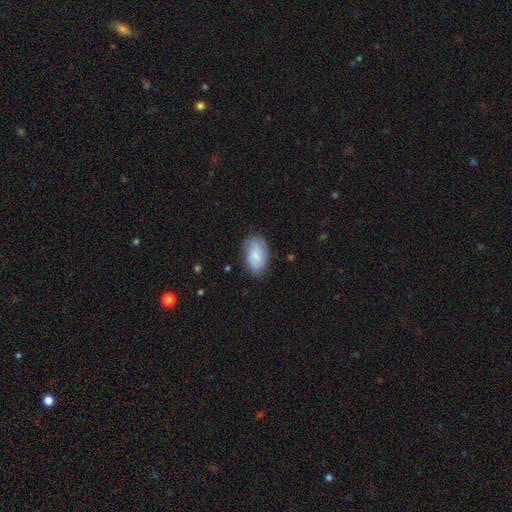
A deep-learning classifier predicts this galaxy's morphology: A smooth galaxy with no disk features (67%) that is in between round and cigar-shaped (91%).

Vote fractions:
- Smooth or featured? smooth: 67% / featured or disk: 27% / star or artifact: 7%
- How rounded? in between: 91% / round: 7% / cigar-shaped: 2%
- Merging? none: 71% / minor disturbance: 22% / major disturbance: 6% / merger: 1%